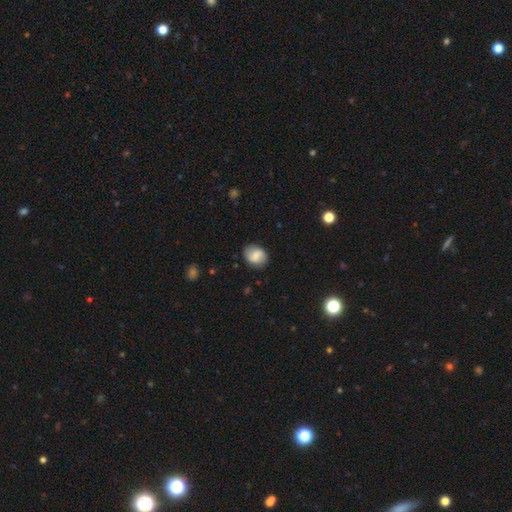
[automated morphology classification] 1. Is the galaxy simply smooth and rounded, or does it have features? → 70% smooth, 22% featured or disk, 8% star or artifact.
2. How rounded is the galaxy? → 56% round, 43% in between, 1% cigar-shaped.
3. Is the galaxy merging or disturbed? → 80% none, 15% minor disturbance, 4% major disturbance, 1% merger.